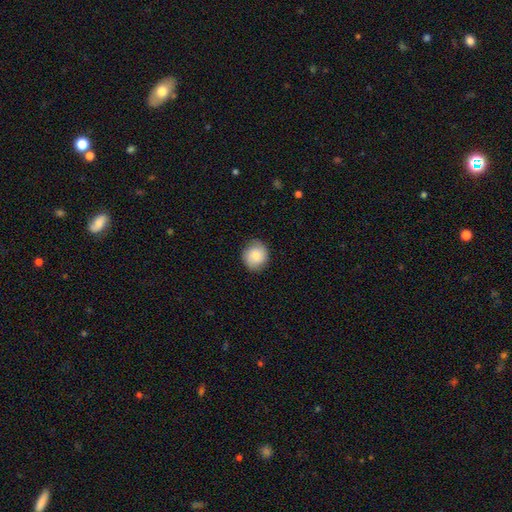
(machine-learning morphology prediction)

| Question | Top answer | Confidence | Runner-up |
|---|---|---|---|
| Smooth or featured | smooth | 81% | featured or disk (12%) |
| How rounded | round | 84% | in between (15%) |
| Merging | none | 82% | minor disturbance (14%) |